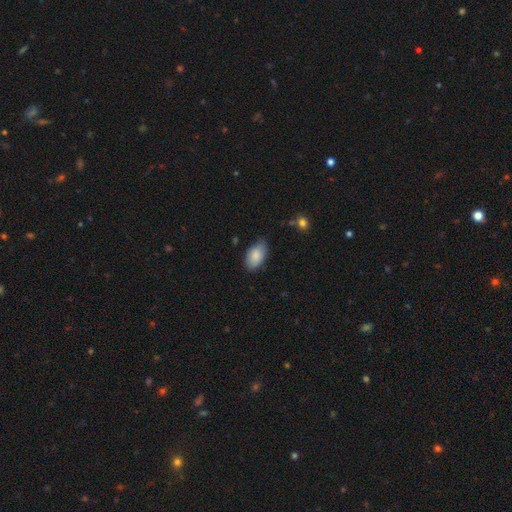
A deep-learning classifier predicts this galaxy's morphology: Smooth or featured?
  - smooth: 86% *
  - featured or disk: 8%
  - star or artifact: 6%
How rounded?
  - in between: 94% *
  - round: 4%
  - cigar-shaped: 2%
Merging?
  - none: 74% *
  - minor disturbance: 21%
  - major disturbance: 3%
  - merger: 1%